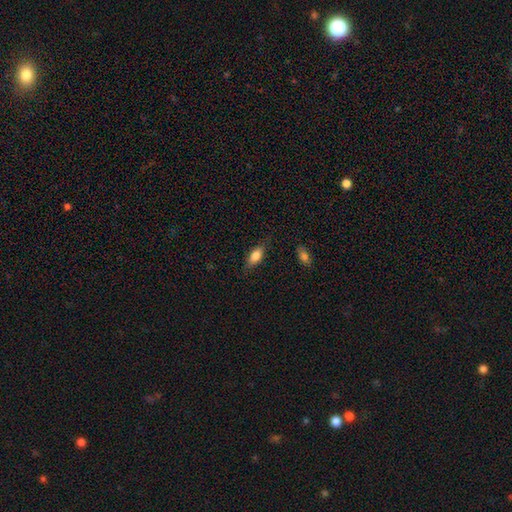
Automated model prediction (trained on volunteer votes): Smooth or featured? smooth (80%)
How rounded? in between (84%)
Merging? none (78%)